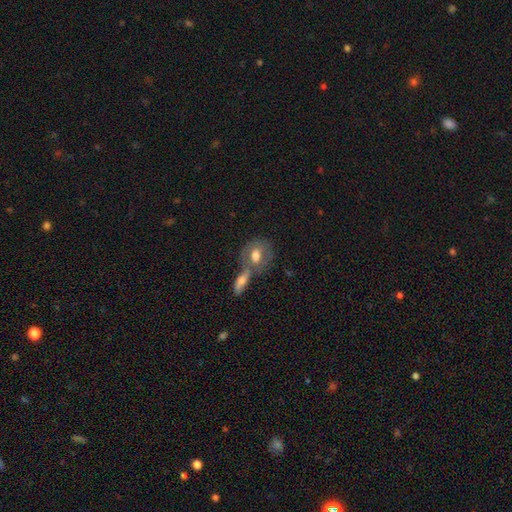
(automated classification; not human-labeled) Q: Smooth or featured?
A: smooth (64%); runner-up: featured or disk (28%)
Q: How rounded?
A: in between (52%); runner-up: round (44%)
Q: Merging?
A: merger (48%); runner-up: none (35%)